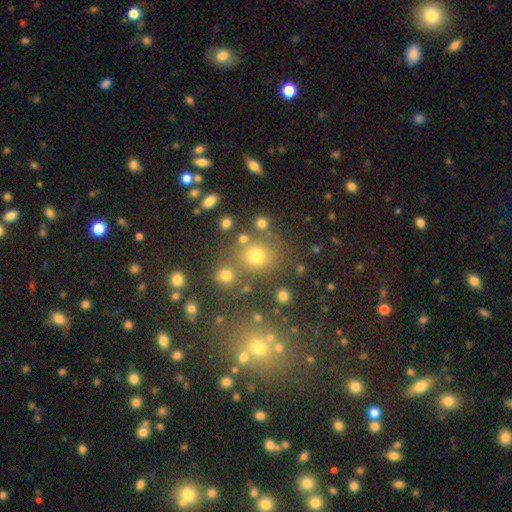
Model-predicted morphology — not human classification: A smooth galaxy with no disk features (70%) that is round (79%).

Vote fractions:
- Smooth or featured? smooth: 70% / star or artifact: 20% / featured or disk: 10%
- How rounded? round: 79% / in between: 20% / cigar-shaped: 1%
- Merging? none: 65% / merger: 18% / minor disturbance: 12% / major disturbance: 6%